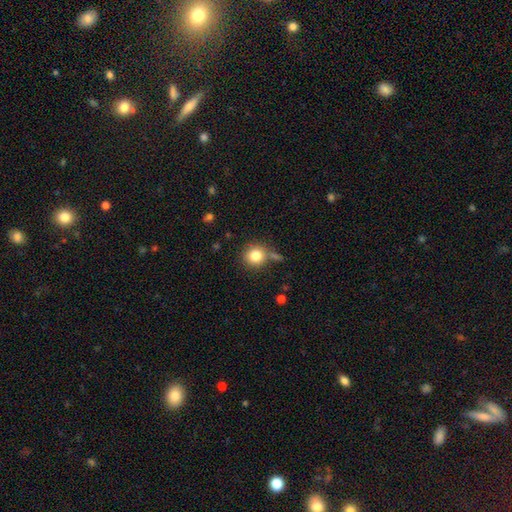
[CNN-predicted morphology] smooth_or_featured: smooth (p=0.82) [alt: star or artifact p=0.11]
how_rounded: round (p=0.90) [alt: in between p=0.09]
merging: none (p=0.72) [alt: minor disturbance p=0.13]